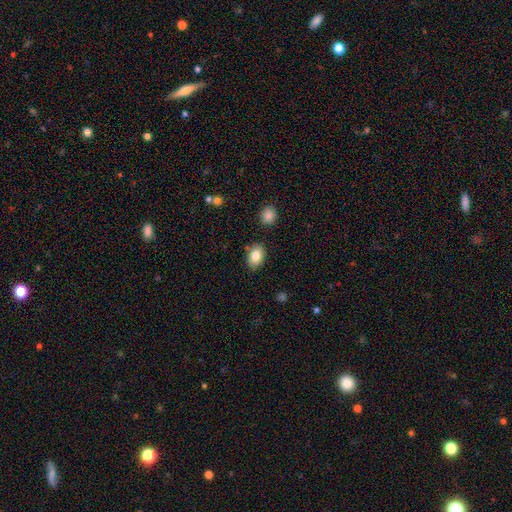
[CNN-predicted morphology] type=smooth (83%); roundness=in between (77%); merging=none (83%).